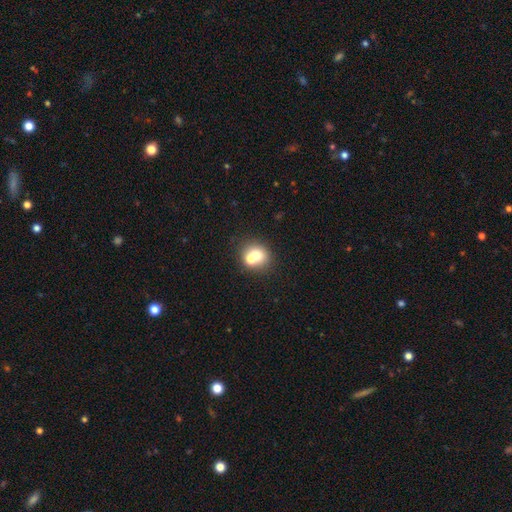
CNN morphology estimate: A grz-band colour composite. It shows a smooth galaxy with no disk features (67%) that is round (81%). Merging: none (46%).